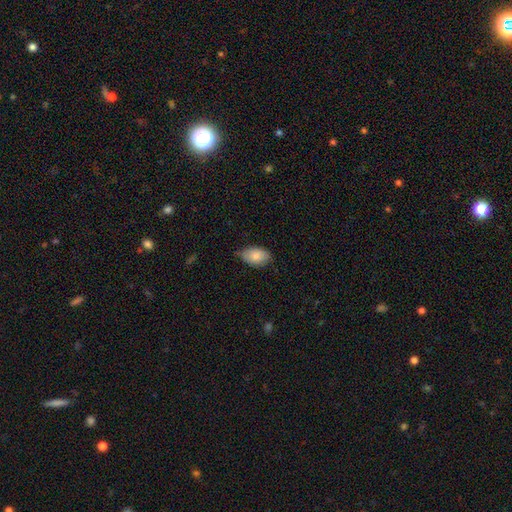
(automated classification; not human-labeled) smooth-or-featured: smooth: 83% | featured or disk: 10% | star or artifact: 7%
  how-rounded: in between: 91% | round: 8% | cigar-shaped: 1%
  merging: none: 68% | minor disturbance: 28% | major disturbance: 4% | merger: 1%